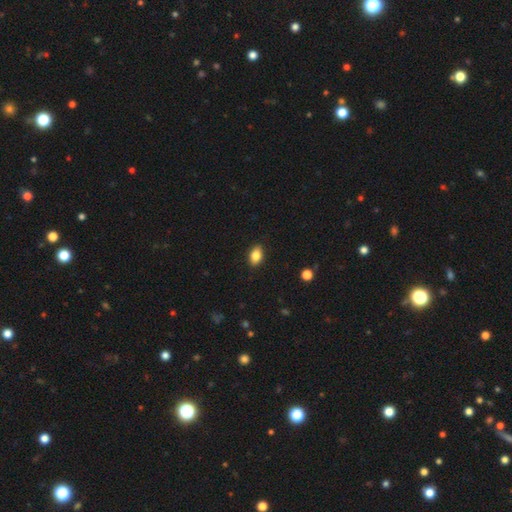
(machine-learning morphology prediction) type=smooth (82%); roundness=in between (85%); merging=none (89%).